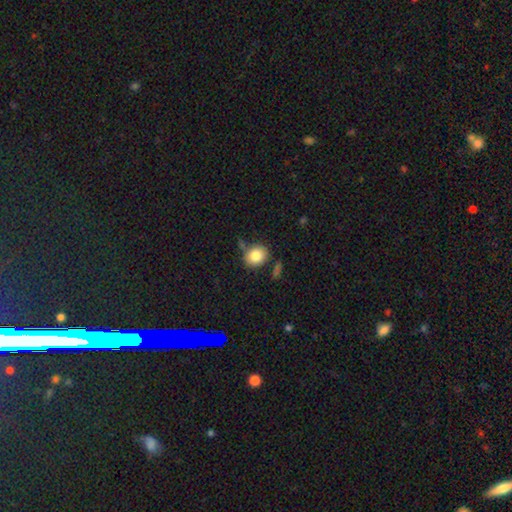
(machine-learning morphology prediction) Smooth or featured: smooth — 81% (featured or disk — 10%)
How rounded: round — 67% (in between — 32%)
Merging: none — 71% (minor disturbance — 16%)